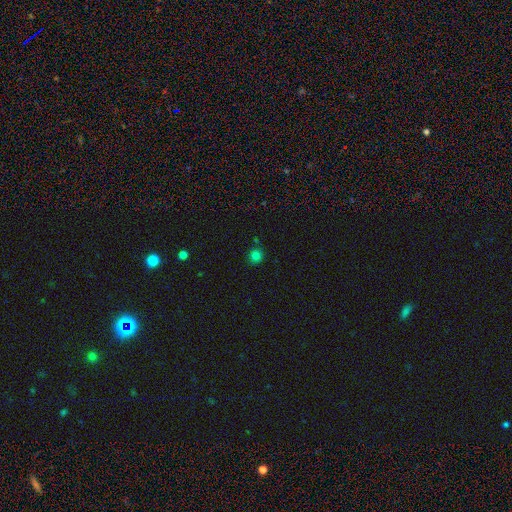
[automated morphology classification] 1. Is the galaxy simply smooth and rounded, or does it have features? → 79% smooth, 16% star or artifact, 5% featured or disk.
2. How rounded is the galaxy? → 88% round, 11% in between, 1% cigar-shaped.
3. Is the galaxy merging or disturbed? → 85% none, 9% minor disturbance, 3% merger, 2% major disturbance.